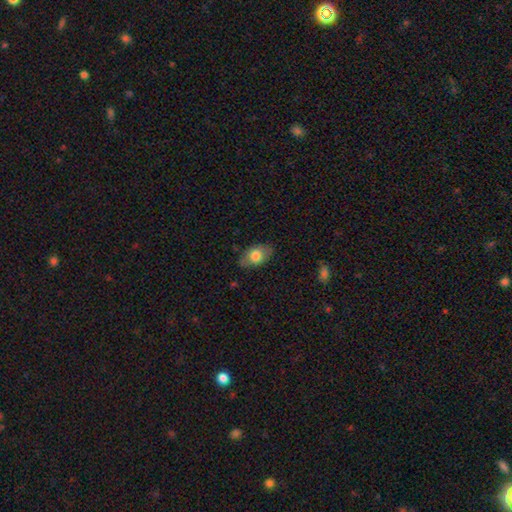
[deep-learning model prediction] Smooth or featured: smooth — 74% (featured or disk — 19%)
How rounded: in between — 86% (round — 12%)
Merging: none — 76% (minor disturbance — 18%)